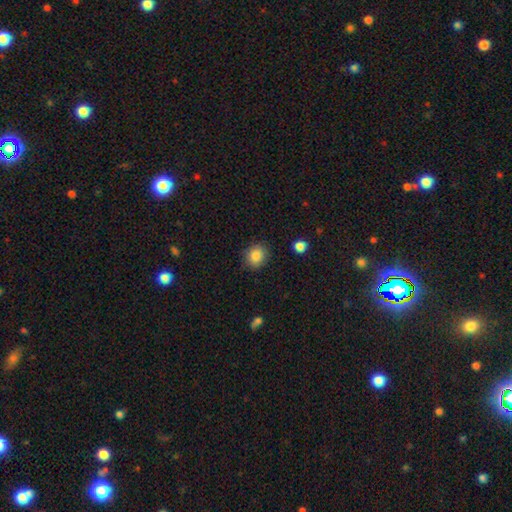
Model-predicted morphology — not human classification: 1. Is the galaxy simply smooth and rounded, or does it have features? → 87% smooth, 9% star or artifact, 4% featured or disk.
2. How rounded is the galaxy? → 70% round, 29% in between, 1% cigar-shaped.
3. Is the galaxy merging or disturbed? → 86% none, 10% minor disturbance, 3% major disturbance, 1% merger.